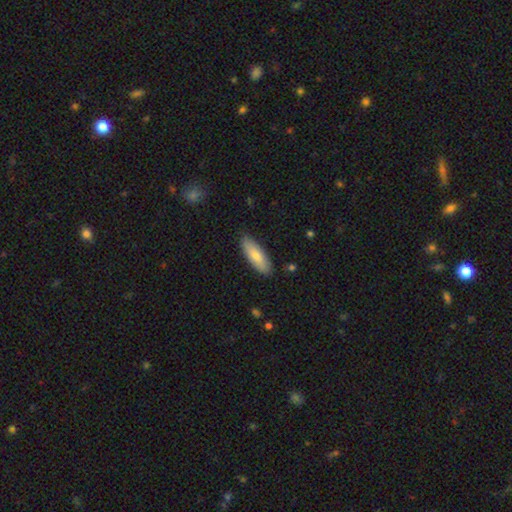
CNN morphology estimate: Overall: smooth (77%). How rounded: in between (60%; cigar-shaped 38%). Merging: none (87%).